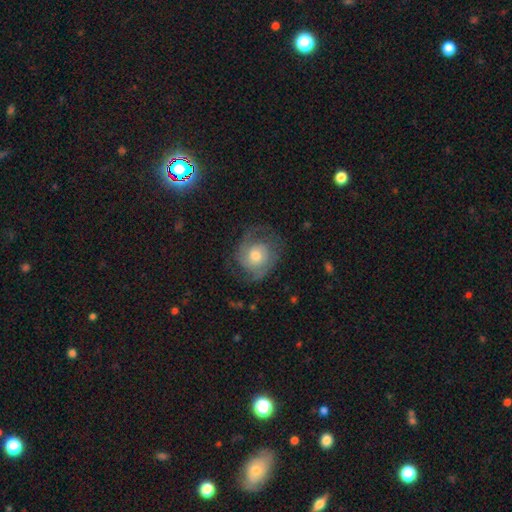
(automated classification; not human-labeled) Smooth or featured? Predicted: featured or disk (p=0.69). Edge-on disk? Predicted: no (p=0.97). Bar? Predicted: no (p=0.76). Spiral arms? Predicted: yes (p=0.89). Spiral winding? Predicted: medium (p=0.43). Spiral arm count? Predicted: 2 (p=0.63). Bulge size? Predicted: moderate (p=0.65). Merging? Predicted: none (p=0.66).